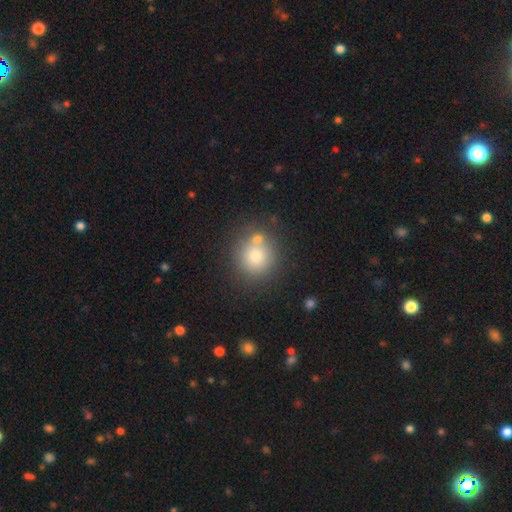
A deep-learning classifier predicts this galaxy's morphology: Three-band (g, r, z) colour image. It shows a smooth galaxy with no disk features (78%) that is round (90%). Merging: none (62%).